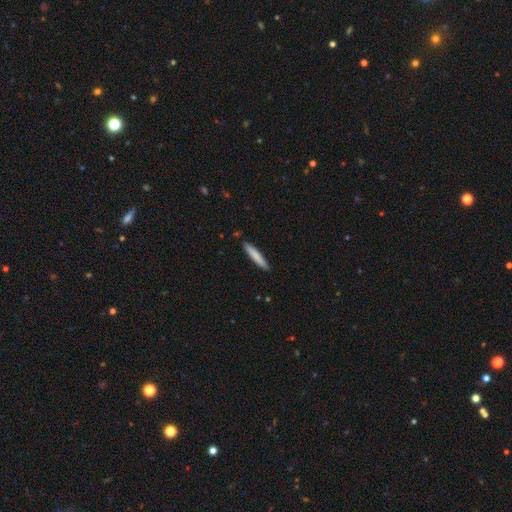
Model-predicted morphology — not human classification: The model was most divided on "smooth or featured": smooth: 79%, featured or disk: 15%, star or artifact: 5%. More confident: how rounded — cigar-shaped (93%); merging — none (90%).